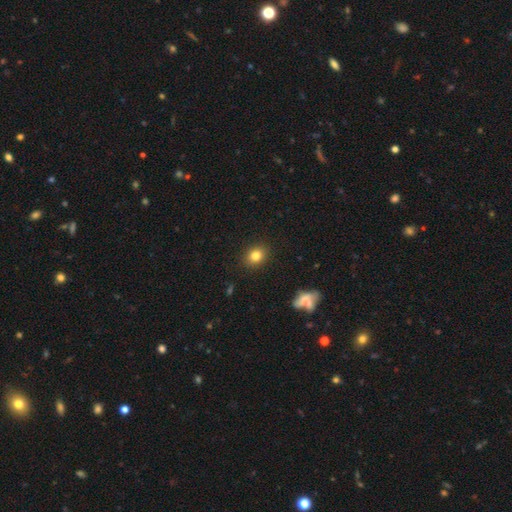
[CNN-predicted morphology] type=smooth (82%); roundness=round (56%); merging=none (89%).